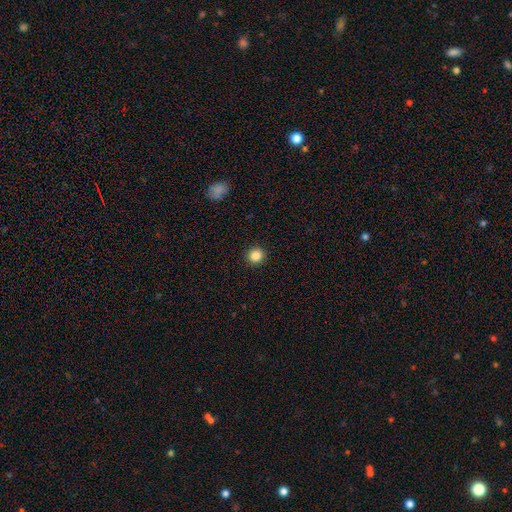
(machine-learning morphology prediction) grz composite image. It shows a smooth galaxy with no disk features (85%) that is round (93%). Merging: none (93%).